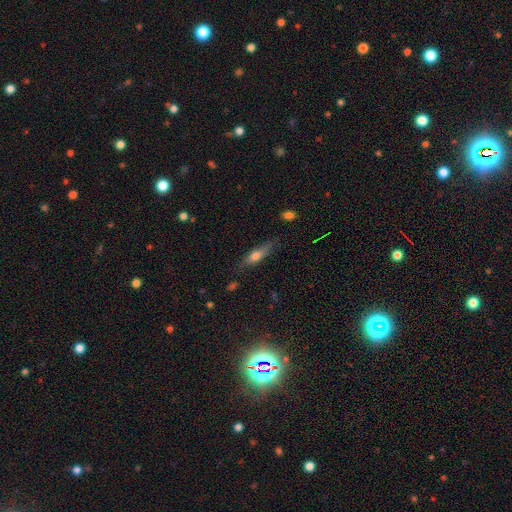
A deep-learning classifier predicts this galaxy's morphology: Smooth or featured?
  - smooth: 63% *
  - featured or disk: 29%
  - star or artifact: 8%
How rounded?
  - cigar-shaped: 61% *
  - in between: 37%
  - round: 3%
Merging?
  - none: 72% *
  - minor disturbance: 20%
  - major disturbance: 5%
  - merger: 2%